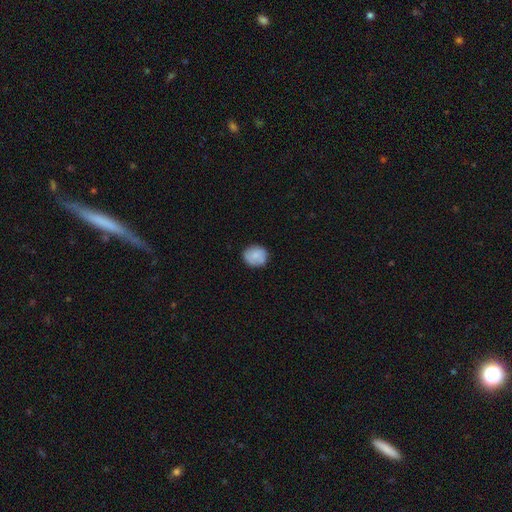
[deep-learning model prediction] Smooth or featured? smooth (76%)
How rounded? round (80%)
Merging? none (82%)